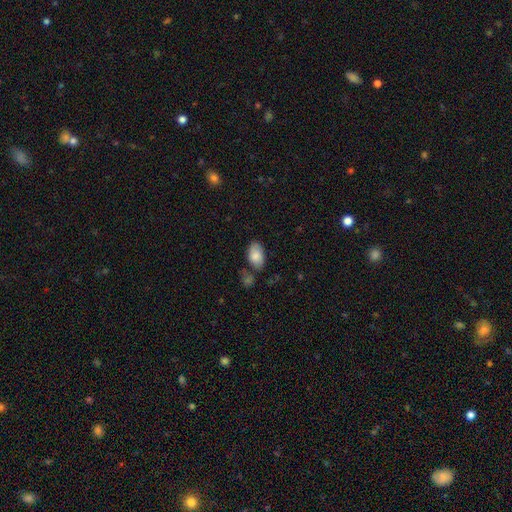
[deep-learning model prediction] Q: Smooth or featured?
A: smooth (83%); runner-up: featured or disk (10%)
Q: How rounded?
A: in between (93%); runner-up: round (6%)
Q: Merging?
A: none (64%); runner-up: minor disturbance (20%)